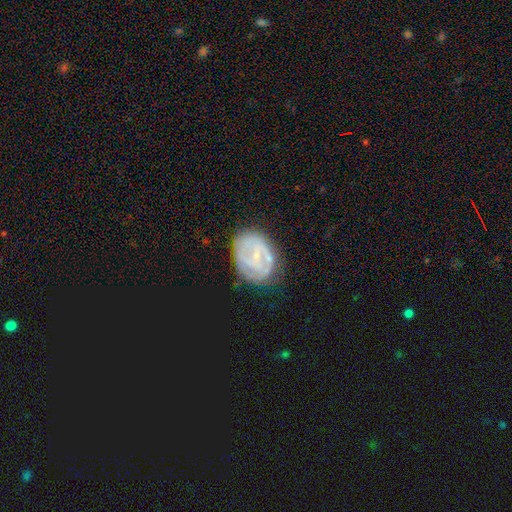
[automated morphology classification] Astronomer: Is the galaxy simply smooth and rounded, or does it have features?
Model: featured or disk — 64%.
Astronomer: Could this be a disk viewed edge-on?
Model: no — 97%.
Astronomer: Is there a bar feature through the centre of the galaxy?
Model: no — 47% (runner-up: weak, 41%).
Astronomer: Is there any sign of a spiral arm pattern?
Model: yes — 61% (runner-up: no, 39%).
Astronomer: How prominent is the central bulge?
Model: small — 72%.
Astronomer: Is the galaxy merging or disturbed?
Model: none — 67%.